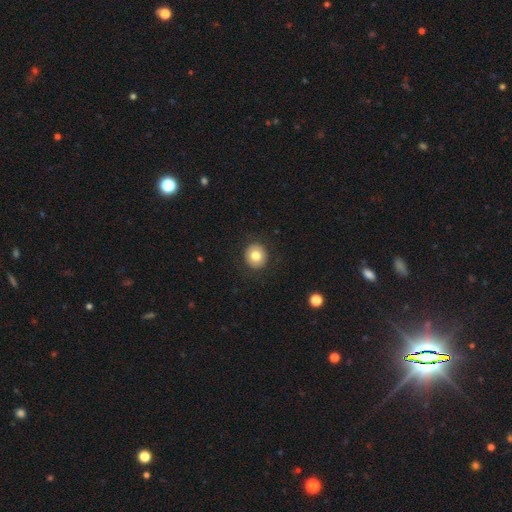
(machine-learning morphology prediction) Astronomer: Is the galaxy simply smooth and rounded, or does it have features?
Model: smooth — 80%.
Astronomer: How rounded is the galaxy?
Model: round — 90%.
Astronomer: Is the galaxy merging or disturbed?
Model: none — 91%.